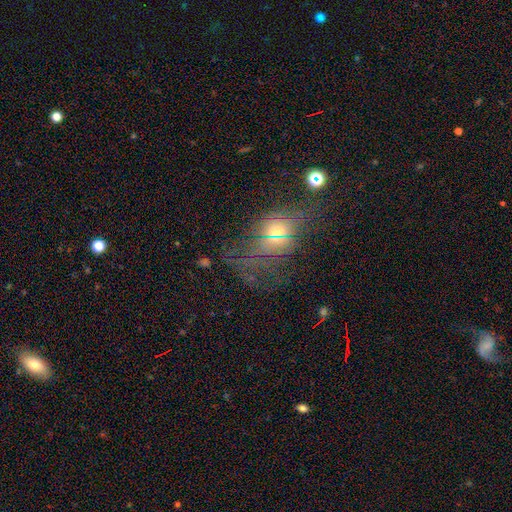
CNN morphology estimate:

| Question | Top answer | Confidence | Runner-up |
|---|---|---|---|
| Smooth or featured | smooth | 40% | featured or disk (32%) |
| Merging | none | 41% | major disturbance (30%) |